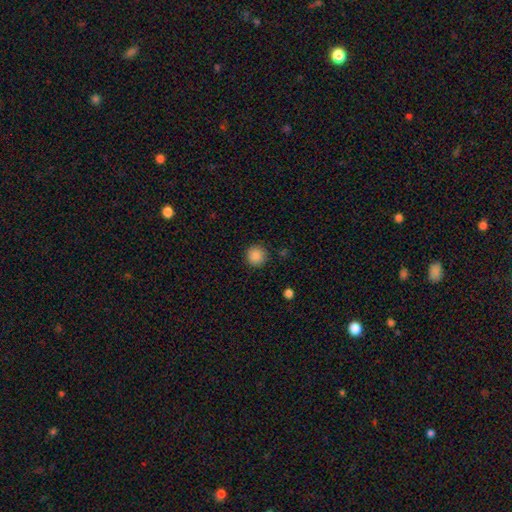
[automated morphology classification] smooth_or_featured: smooth (p=0.88) [alt: star or artifact p=0.10]
how_rounded: round (p=0.95) [alt: in between p=0.05]
merging: none (p=0.90) [alt: minor disturbance p=0.06]